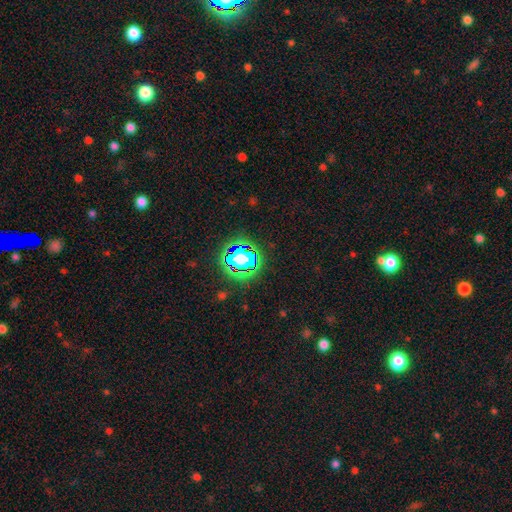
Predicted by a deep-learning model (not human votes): A star or artifact, not a galaxy (82%).